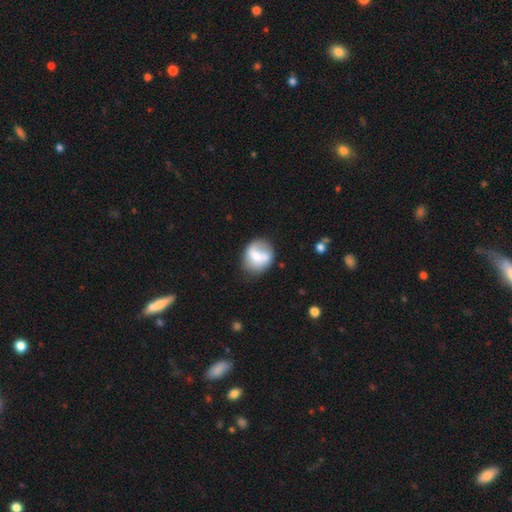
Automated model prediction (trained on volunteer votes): A smooth galaxy with no disk features (59%) that is round (67%). Merging: none (50%).